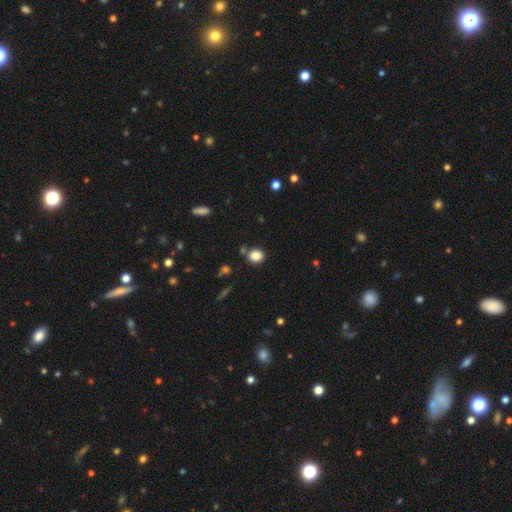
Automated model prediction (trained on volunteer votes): smooth_or_featured: smooth (p=0.85) [alt: star or artifact p=0.10]
how_rounded: round (p=0.72) [alt: in between p=0.27]
merging: none (p=0.79) [alt: minor disturbance p=0.10]